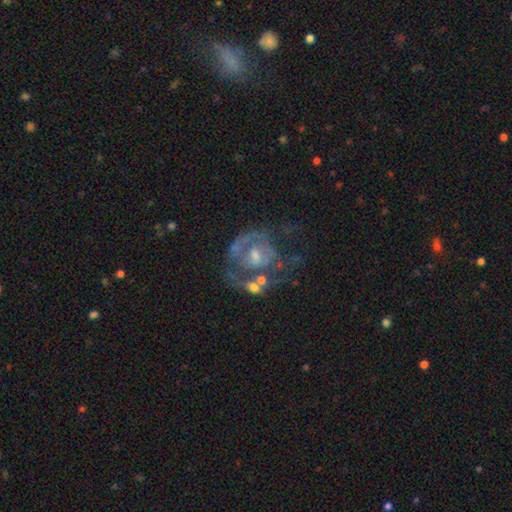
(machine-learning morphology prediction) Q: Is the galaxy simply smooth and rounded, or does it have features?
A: featured or disk — 75%.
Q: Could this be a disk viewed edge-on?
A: no — 97%.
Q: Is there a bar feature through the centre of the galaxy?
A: no — 66%.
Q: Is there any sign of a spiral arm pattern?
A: yes — 59%.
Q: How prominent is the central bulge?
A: moderate — 46%.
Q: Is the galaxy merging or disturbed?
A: none — 36%.